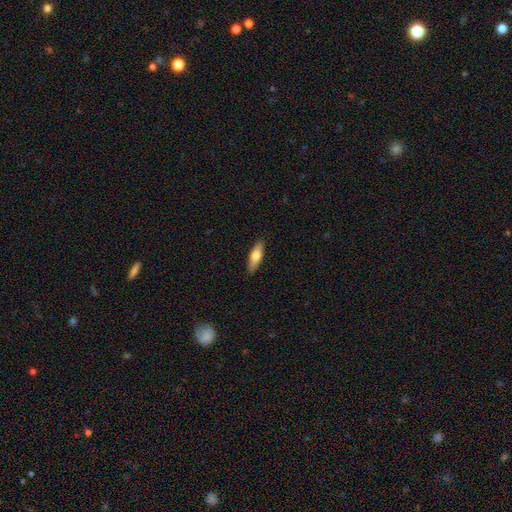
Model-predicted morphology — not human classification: A smooth galaxy with no disk features (61%) that is cigar-shaped (54%). Merging: none (89%).